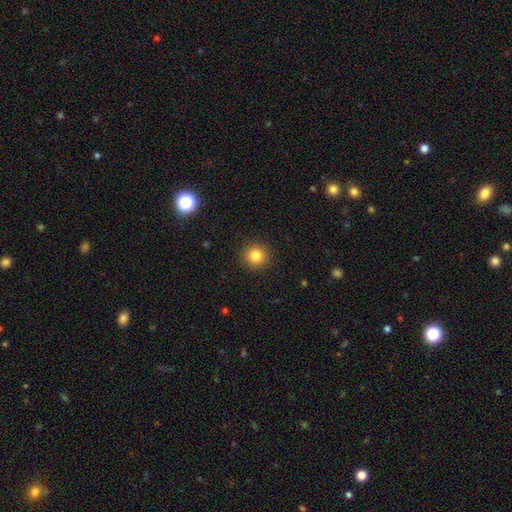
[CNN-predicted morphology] The model was most divided on "smooth or featured": smooth: 83%, star or artifact: 12%, featured or disk: 6%. More confident: how rounded — round (94%); merging — none (92%).